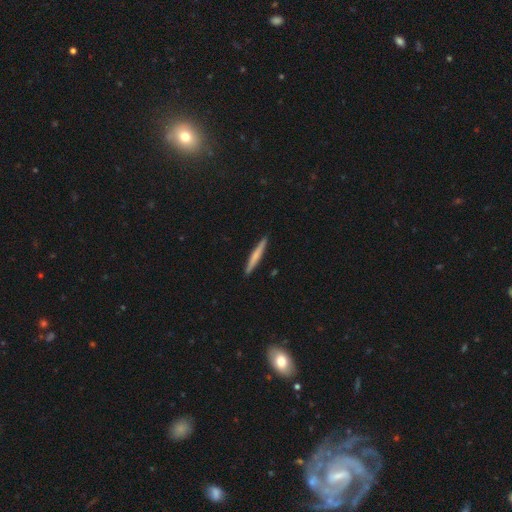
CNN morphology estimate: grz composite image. It shows a smooth galaxy with no disk features (55%) that is cigar-shaped (96%). Merging: none (92%).